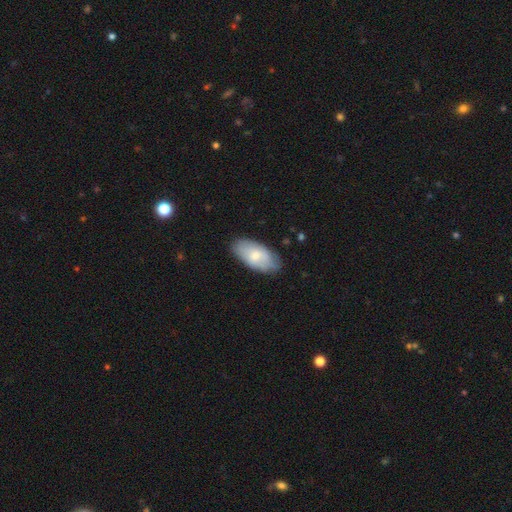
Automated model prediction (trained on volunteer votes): smooth 70%, featured or disk 24%, star or artifact 6%. Down the decision tree: how rounded — in between (94%); merging — none (77%).